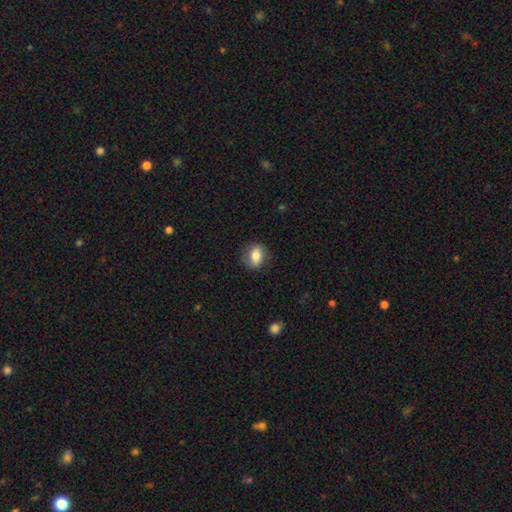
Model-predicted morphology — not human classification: A smooth galaxy with no disk features (78%) that is in between round and cigar-shaped (59%). Merging: none (84%).